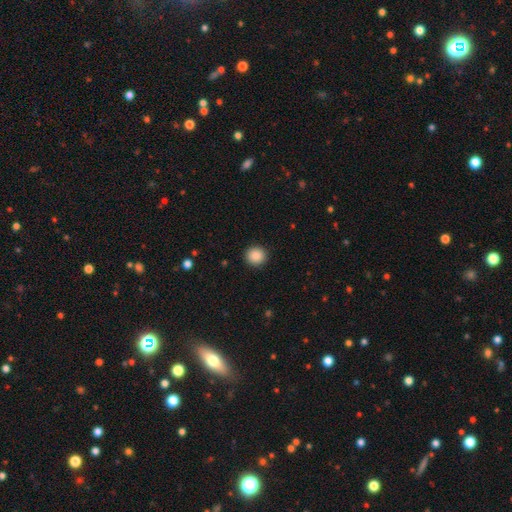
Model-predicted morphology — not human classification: smooth-or-featured: smooth: 88% | star or artifact: 9% | featured or disk: 3%
  how-rounded: round: 91% | in between: 8% | cigar-shaped: 1%
  merging: none: 92% | minor disturbance: 5% | major disturbance: 2% | merger: 1%